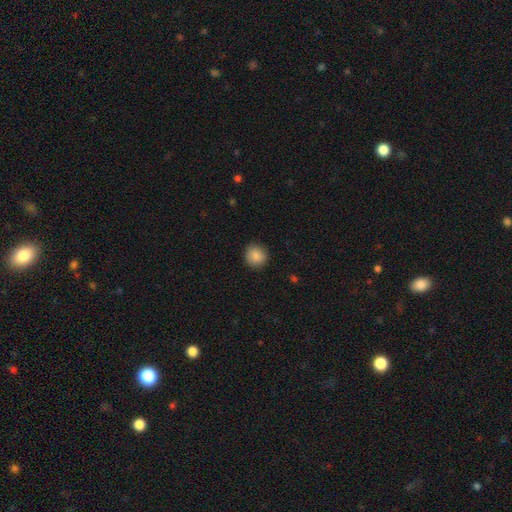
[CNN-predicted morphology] This is clearly a smooth galaxy (87%). How rounded: clearly round (90%). Merging: clearly none (89%).